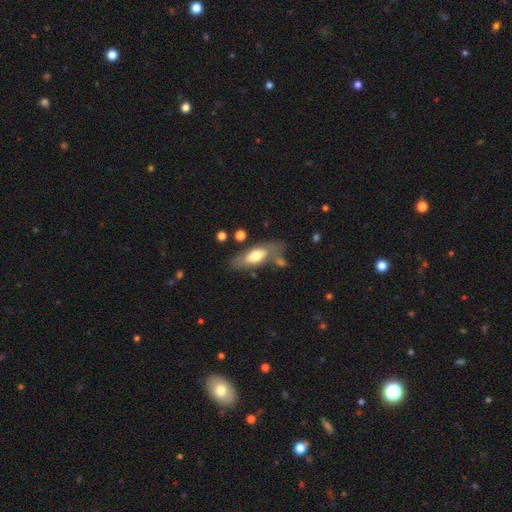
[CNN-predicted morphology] Q: Smooth or featured?
A: smooth (56%); runner-up: featured or disk (38%)
Q: How rounded?
A: in between (78%); runner-up: cigar-shaped (19%)
Q: Merging?
A: none (61%); runner-up: minor disturbance (20%)